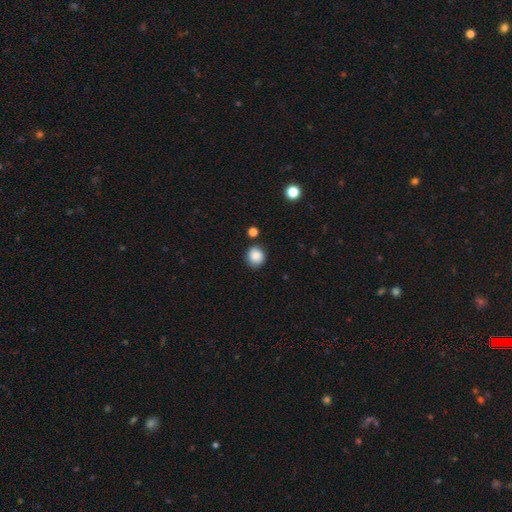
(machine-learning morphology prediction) type=smooth (87%); roundness=round (84%); merging=none (81%).